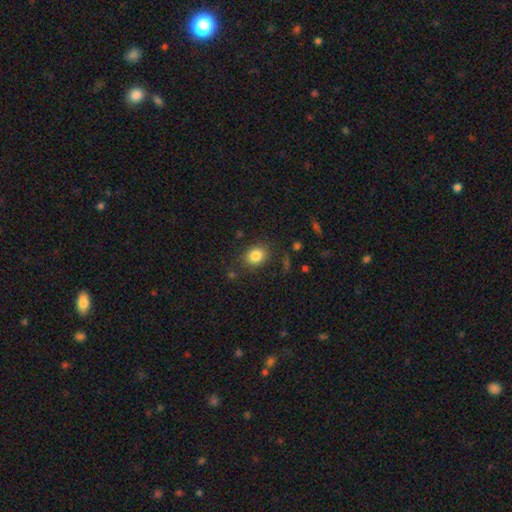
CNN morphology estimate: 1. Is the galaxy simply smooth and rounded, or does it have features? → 83% smooth, 10% star or artifact, 6% featured or disk.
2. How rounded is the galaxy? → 50% round, 49% in between, 1% cigar-shaped.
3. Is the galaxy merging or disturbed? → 82% none, 12% minor disturbance, 4% major disturbance, 2% merger.